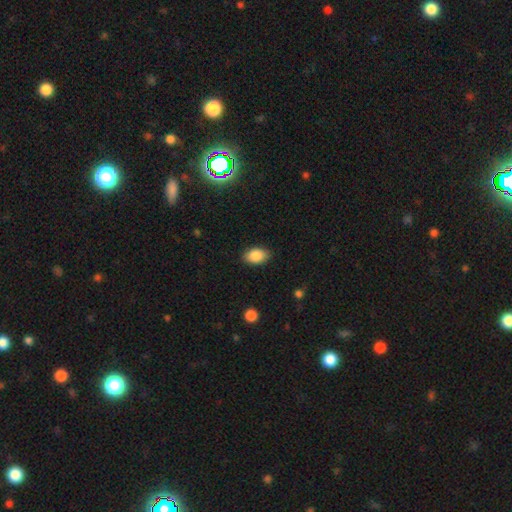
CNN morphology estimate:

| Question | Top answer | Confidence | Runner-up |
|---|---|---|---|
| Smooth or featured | smooth | 87% | star or artifact (8%) |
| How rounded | in between | 88% | round (10%) |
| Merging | none | 86% | minor disturbance (10%) |